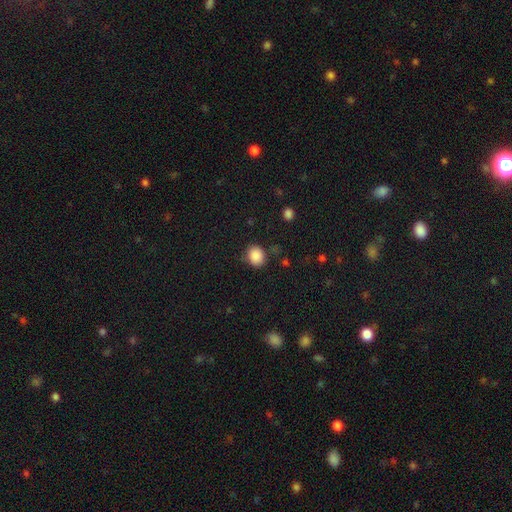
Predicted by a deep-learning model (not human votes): Smooth or featured: smooth — 87% (star or artifact — 9%)
How rounded: round — 65% (in between — 34%)
Merging: none — 82% (minor disturbance — 12%)